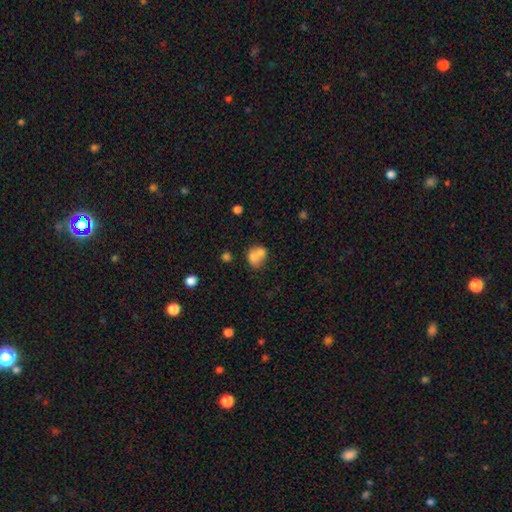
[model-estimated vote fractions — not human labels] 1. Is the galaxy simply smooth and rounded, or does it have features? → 71% smooth, 19% featured or disk, 10% star or artifact.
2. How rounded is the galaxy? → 56% round, 43% in between, 1% cigar-shaped.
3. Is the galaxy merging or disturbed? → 60% merger, 26% none, 9% minor disturbance, 5% major disturbance.